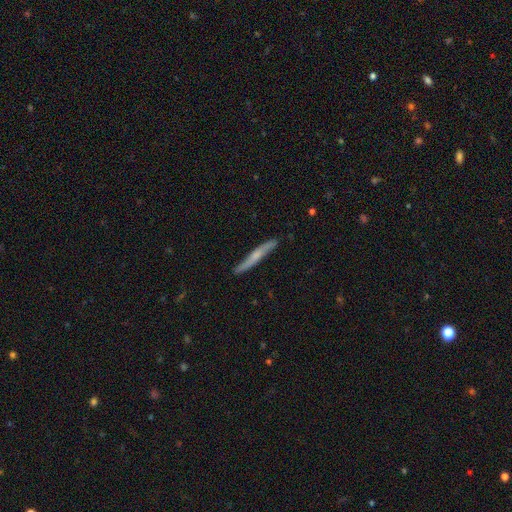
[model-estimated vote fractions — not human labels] Morphology: type=featured or disk (54%); edge-on=yes (90%); merging=none (87%).